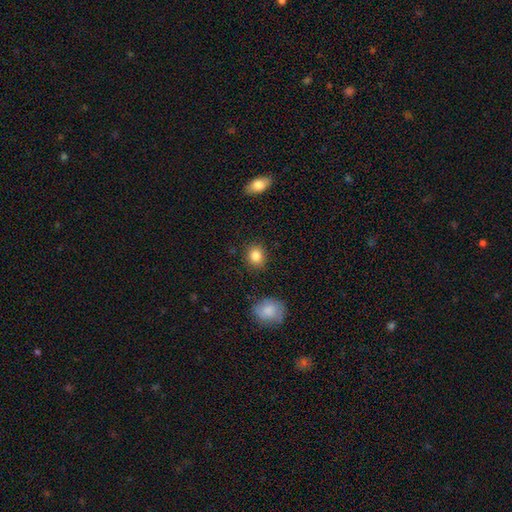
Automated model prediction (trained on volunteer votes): Q: Smooth or featured?
A: smooth (86%); runner-up: star or artifact (9%)
Q: How rounded?
A: round (75%); runner-up: in between (24%)
Q: Merging?
A: none (88%); runner-up: minor disturbance (8%)